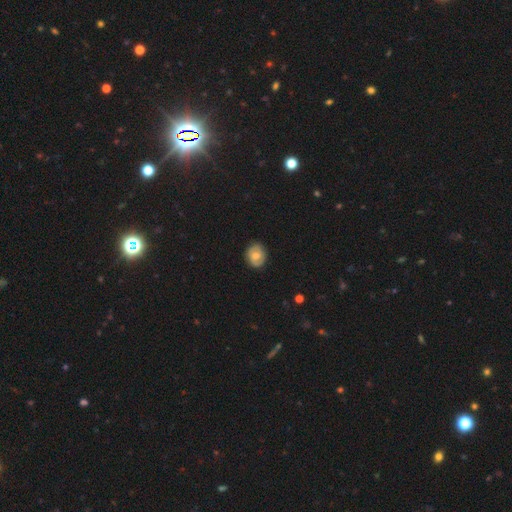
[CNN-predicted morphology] smooth-or-featured: smooth: 65% | featured or disk: 27% | star or artifact: 8%
  how-rounded: round: 59% | in between: 40% | cigar-shaped: 1%
  merging: none: 83% | minor disturbance: 13% | major disturbance: 3% | merger: 1%